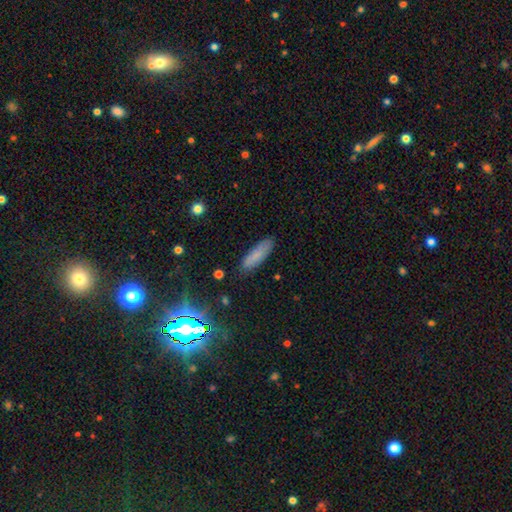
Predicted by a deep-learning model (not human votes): Morphology: type=smooth (76%); roundness=cigar-shaped (59%); merging=none (86%).